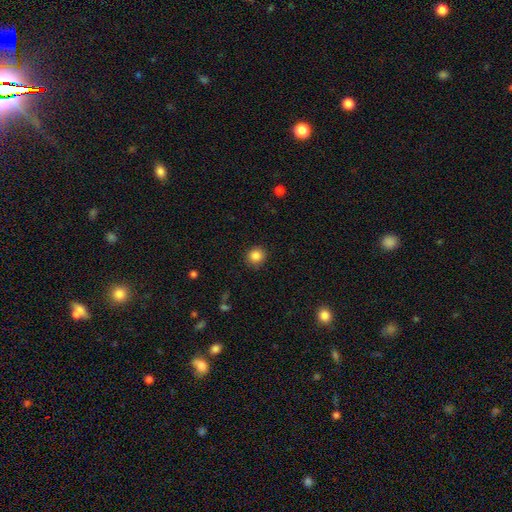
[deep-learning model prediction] smooth-or-featured: smooth: 86% | star or artifact: 11% | featured or disk: 4%
  how-rounded: round: 91% | in between: 8% | cigar-shaped: 1%
  merging: none: 89% | minor disturbance: 7% | major disturbance: 2% | merger: 1%